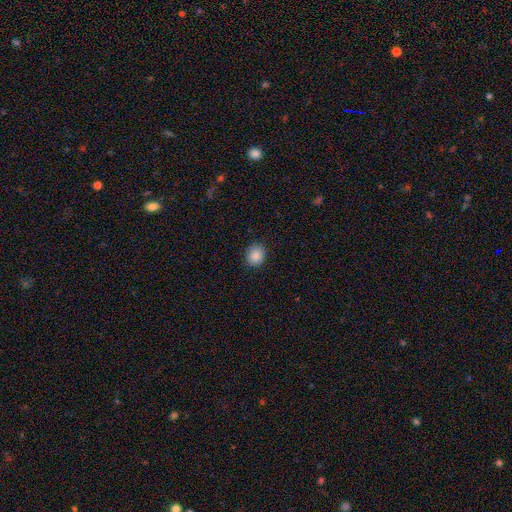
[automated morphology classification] smooth 87%, star or artifact 9%, featured or disk 3%. Down the decision tree: how rounded — round (70%); merging — none (89%).